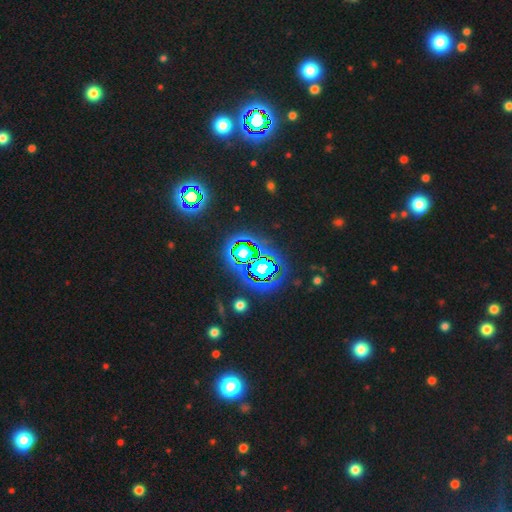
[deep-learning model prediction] Smooth or featured: star or artifact — 79% (smooth — 12%)